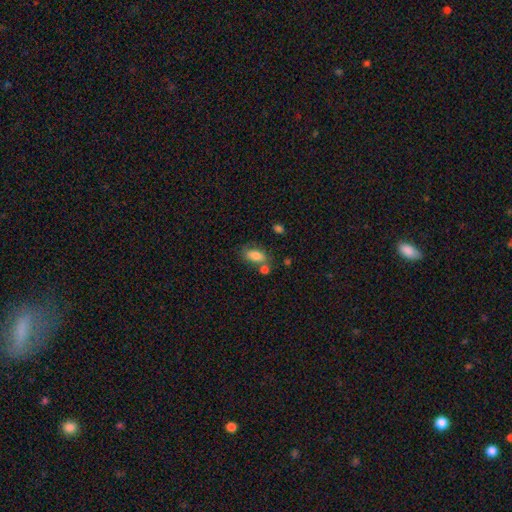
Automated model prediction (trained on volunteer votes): smooth 80%, featured or disk 12%, star or artifact 8%. Down the decision tree: how rounded — in between (88%); merging — none (57%).